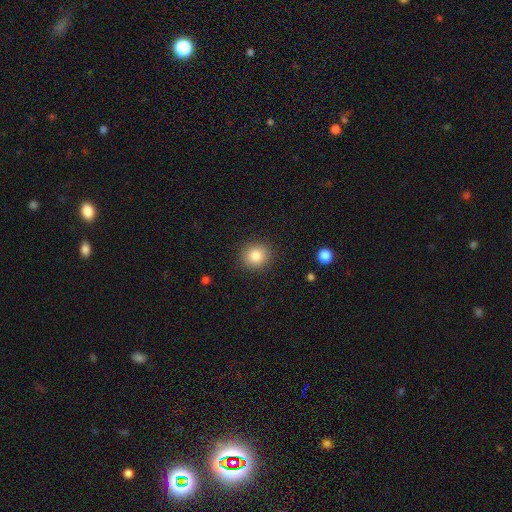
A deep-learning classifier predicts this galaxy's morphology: Q: Smooth or featured?
A: smooth (83%); runner-up: star or artifact (10%)
Q: How rounded?
A: round (87%); runner-up: in between (12%)
Q: Merging?
A: none (90%); runner-up: minor disturbance (6%)